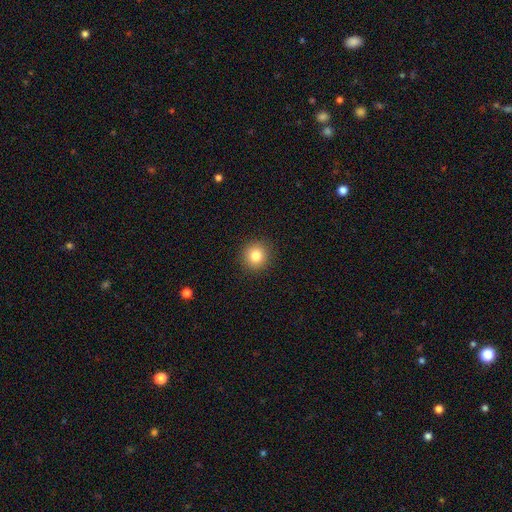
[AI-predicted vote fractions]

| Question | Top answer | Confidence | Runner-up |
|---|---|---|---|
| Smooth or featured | smooth | 82% | star or artifact (11%) |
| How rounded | round | 92% | in between (7%) |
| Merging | none | 92% | minor disturbance (6%) |